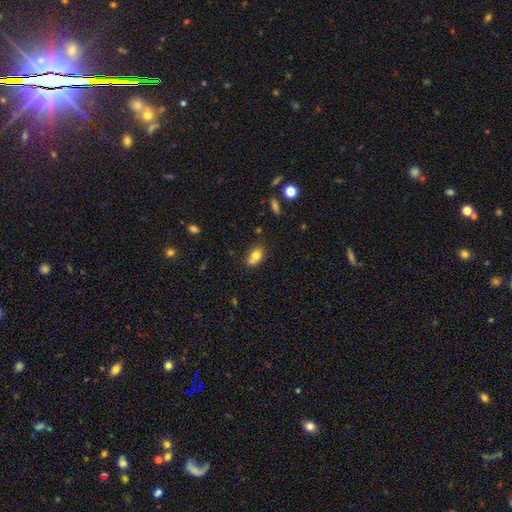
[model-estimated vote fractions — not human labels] smooth-or-featured: smooth: 78% | featured or disk: 13% | star or artifact: 9%
  how-rounded: in between: 86% | round: 12% | cigar-shaped: 3%
  merging: none: 64% | minor disturbance: 20% | merger: 11% | major disturbance: 4%